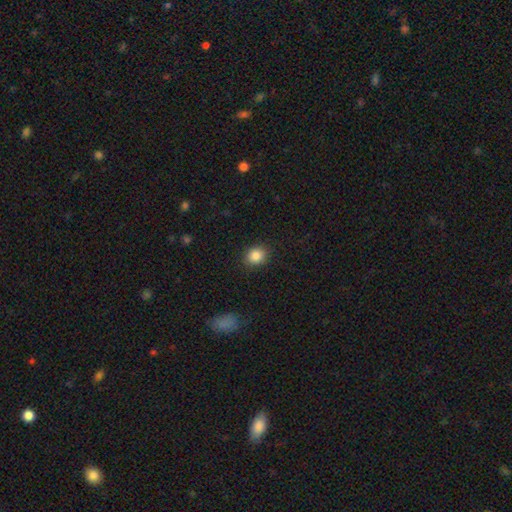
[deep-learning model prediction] smooth 86%, star or artifact 10%, featured or disk 4%. Down the decision tree: how rounded — round (69%); merging — none (88%).